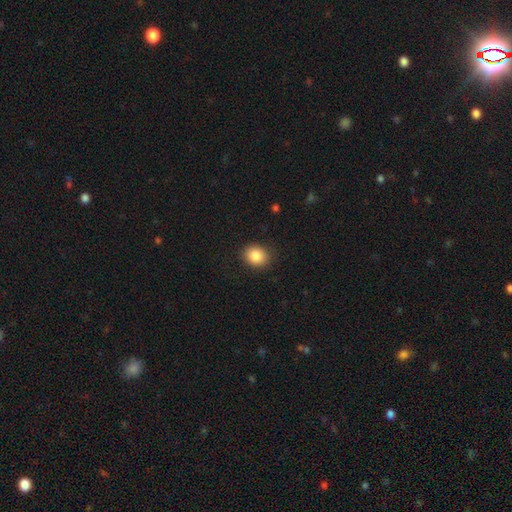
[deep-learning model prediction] The model was most divided on "how rounded": round: 63%, in between: 37%, cigar-shaped: 1%. More confident: merging — none (88%); smooth or featured — smooth (86%).